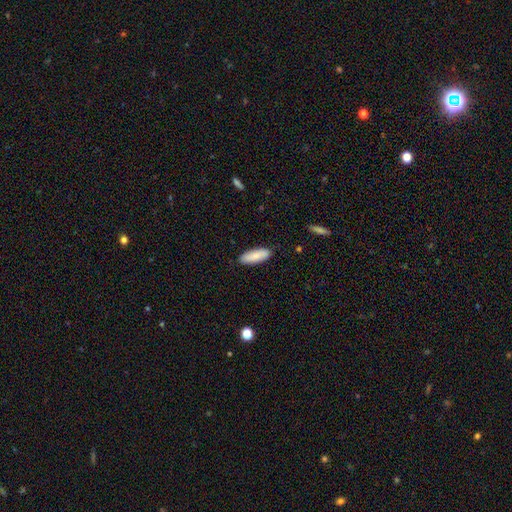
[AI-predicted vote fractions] The model was most divided on "how rounded": in between: 64%, cigar-shaped: 35%, round: 2%. More confident: merging — none (88%); smooth or featured — smooth (83%).